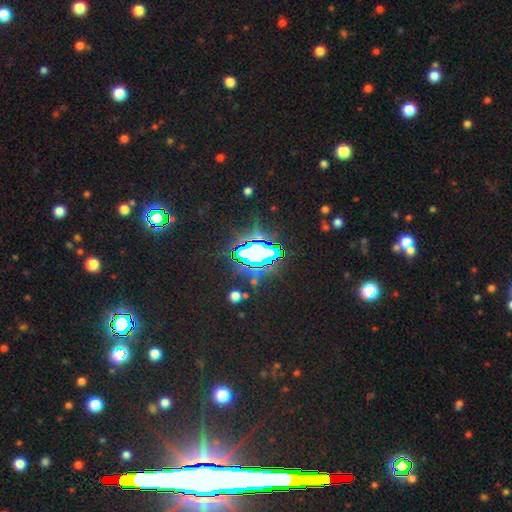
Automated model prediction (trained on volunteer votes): Smooth or featured? star or artifact (74%)